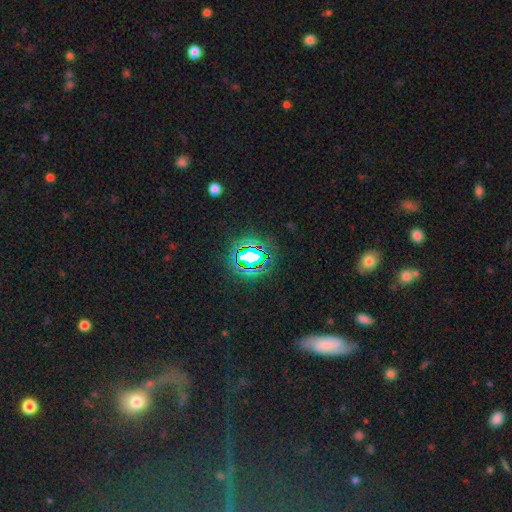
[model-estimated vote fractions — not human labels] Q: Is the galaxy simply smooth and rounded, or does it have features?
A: star or artifact — 74%.